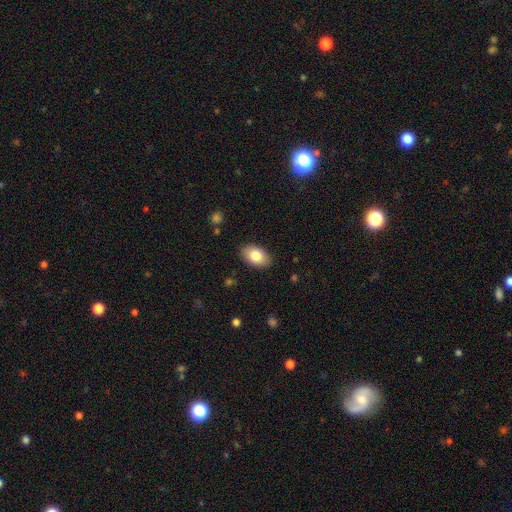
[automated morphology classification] Smooth or featured?
  - smooth: 80% *
  - featured or disk: 13%
  - star or artifact: 7%
How rounded?
  - in between: 92% *
  - round: 7%
  - cigar-shaped: 1%
Merging?
  - none: 87% *
  - minor disturbance: 10%
  - major disturbance: 2%
  - merger: 1%